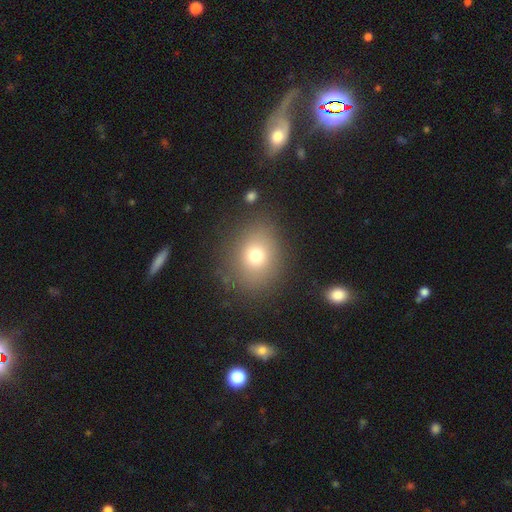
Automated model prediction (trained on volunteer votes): A smooth galaxy with no disk features (72%) that is round (62%). Merging: none (82%).